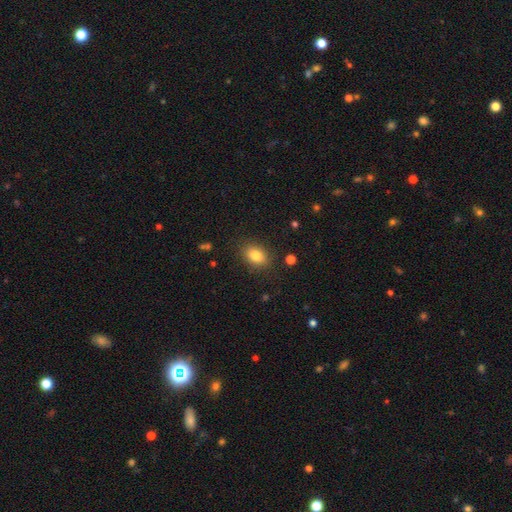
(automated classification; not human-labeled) Morphology: type=smooth (82%); roundness=in between (78%); merging=none (85%).